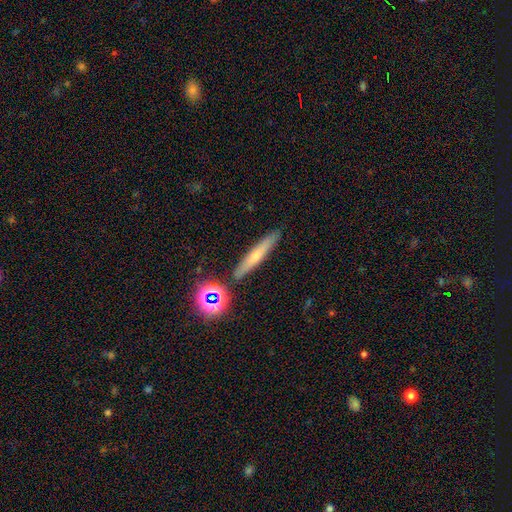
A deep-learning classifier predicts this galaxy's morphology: A smooth galaxy with no disk features (51%) that is cigar-shaped (91%).

Vote fractions:
- Smooth or featured? smooth: 51% / featured or disk: 37% / star or artifact: 12%
- How rounded? cigar-shaped: 91% / in between: 6% / round: 3%
- Merging? none: 87% / minor disturbance: 8% / merger: 3% / major disturbance: 2%